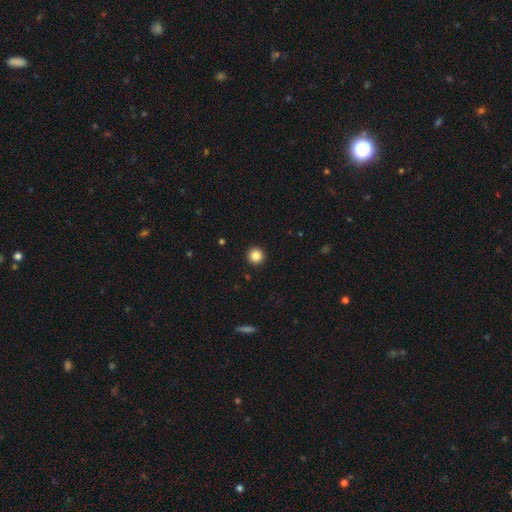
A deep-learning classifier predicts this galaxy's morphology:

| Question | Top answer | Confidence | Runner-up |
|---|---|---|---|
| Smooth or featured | smooth | 85% | star or artifact (11%) |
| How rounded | round | 96% | in between (3%) |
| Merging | none | 94% | minor disturbance (4%) |